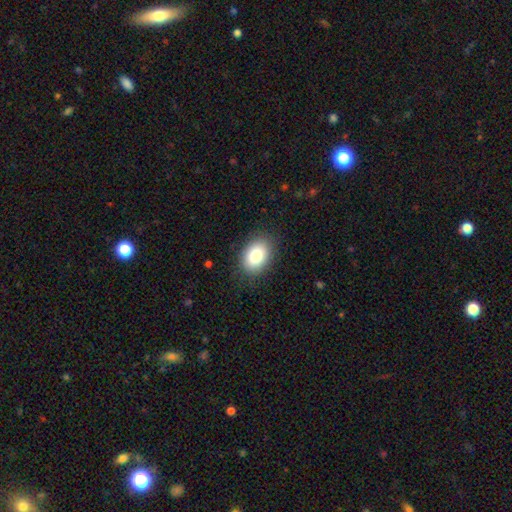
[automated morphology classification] Smooth or featured? Predicted: smooth (p=0.85). How rounded? Predicted: in between (p=0.84). Merging? Predicted: none (p=0.85).